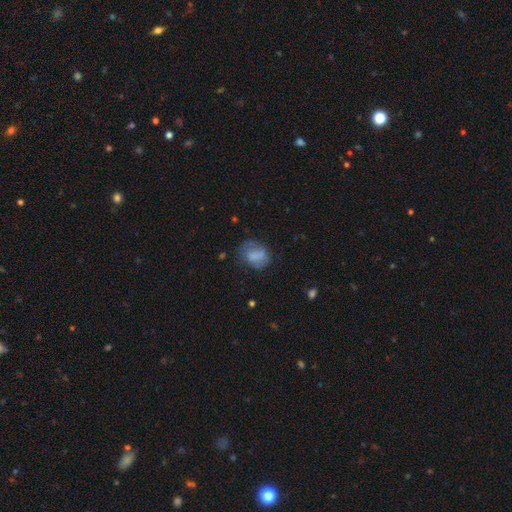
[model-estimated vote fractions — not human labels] smooth-or-featured: smooth: 62% | featured or disk: 28% | star or artifact: 10%
  how-rounded: in between: 54% | round: 45% | cigar-shaped: 1%
  merging: none: 50% | minor disturbance: 27% | major disturbance: 18% | merger: 4%